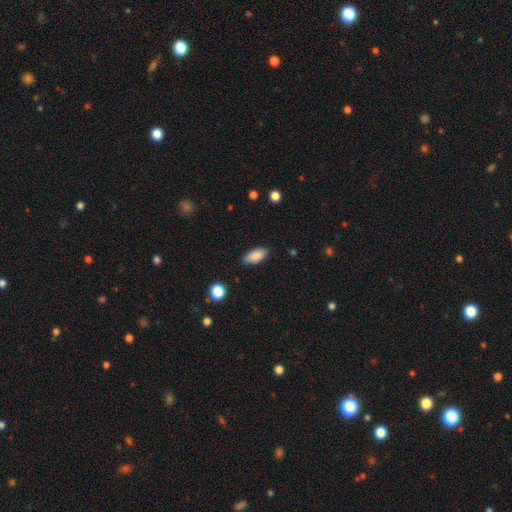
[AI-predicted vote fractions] smooth-or-featured: smooth: 87% | star or artifact: 7% | featured or disk: 6%
  how-rounded: in between: 88% | cigar-shaped: 10% | round: 2%
  merging: none: 86% | minor disturbance: 10% | major disturbance: 2% | merger: 1%